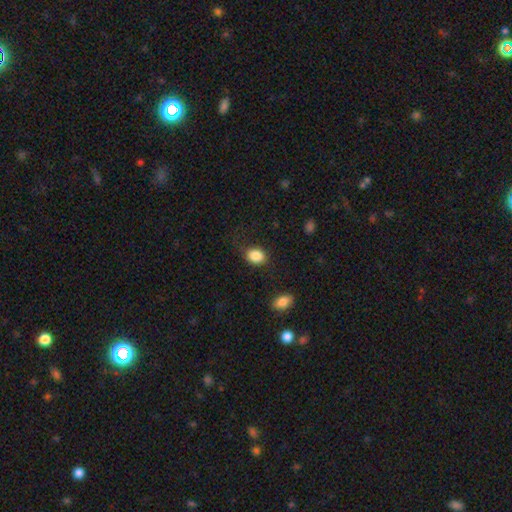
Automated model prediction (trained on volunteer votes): A smooth galaxy with no disk features (87%) that is in between round and cigar-shaped (55%).

Vote fractions:
- Smooth or featured? smooth: 87% / star or artifact: 8% / featured or disk: 4%
- How rounded? in between: 55% / round: 44% / cigar-shaped: 1%
- Merging? none: 72% / minor disturbance: 18% / major disturbance: 8% / merger: 2%